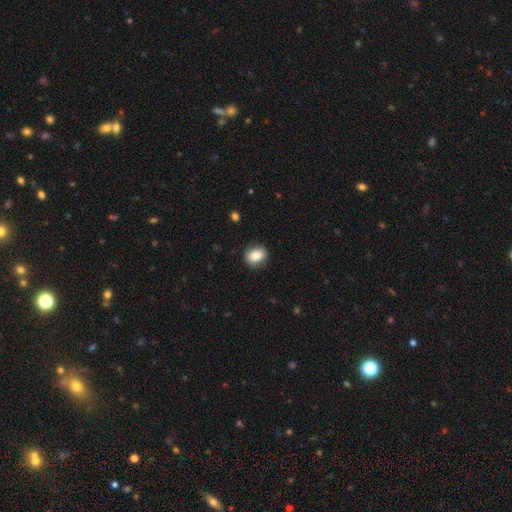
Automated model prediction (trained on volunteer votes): Overall: smooth (79%). How rounded: round (56%; in between 43%). Merging: none (84%).